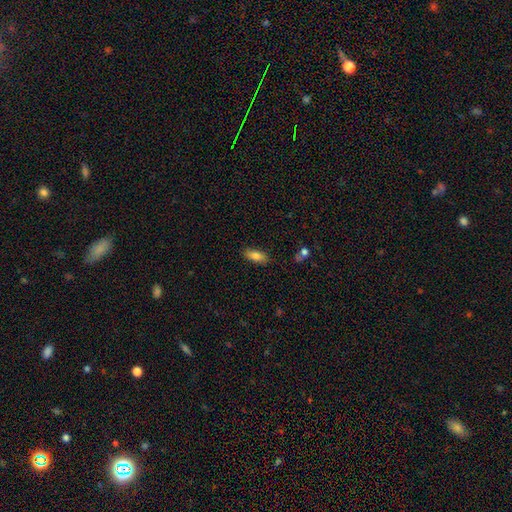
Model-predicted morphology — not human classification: The model was most divided on "how rounded": in between: 80%, cigar-shaped: 18%, round: 3%. More confident: merging — none (85%); smooth or featured — smooth (80%).